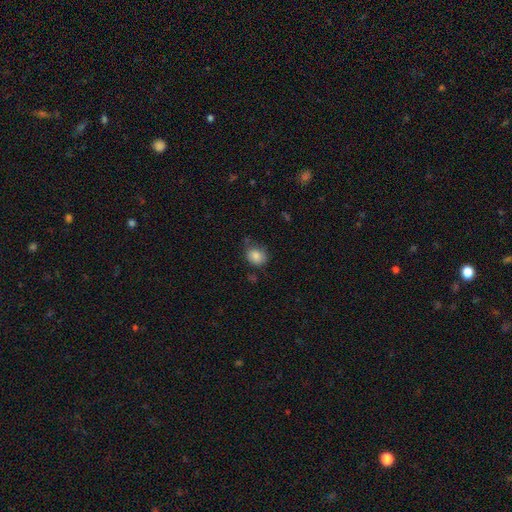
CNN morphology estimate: The model was most divided on "how rounded": round: 63%, in between: 36%, cigar-shaped: 1%. More confident: smooth or featured — smooth (83%); merging — none (67%).